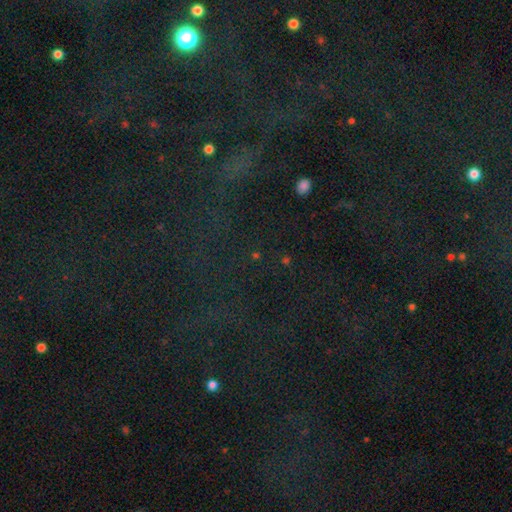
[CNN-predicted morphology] star or artifact 69%, smooth 22%, featured or disk 9%.